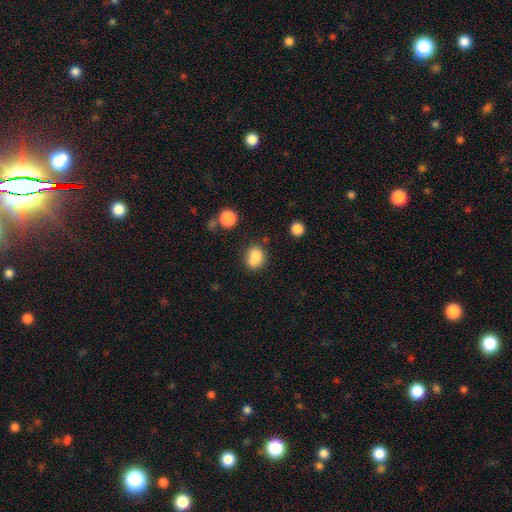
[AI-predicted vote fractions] Smooth or featured? smooth (80%)
How rounded? round (52%)
Merging? none (55%)